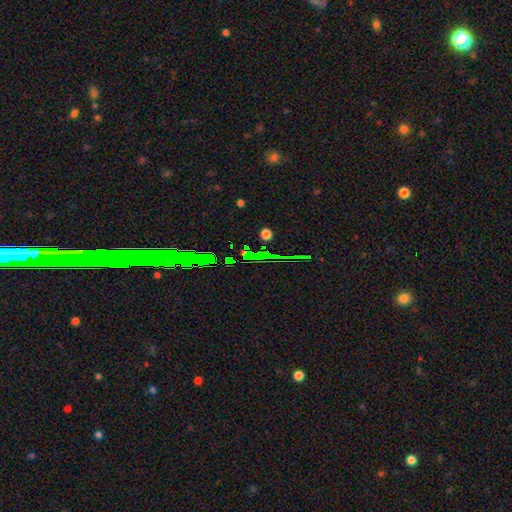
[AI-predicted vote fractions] Morphology: type=star or artifact (69%).